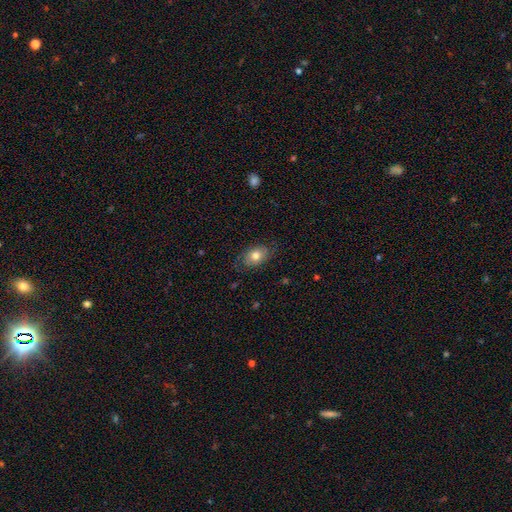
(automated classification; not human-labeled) Smooth or featured? Predicted: smooth (p=0.68). How rounded? Predicted: in between (p=0.81). Merging? Predicted: none (p=0.75).